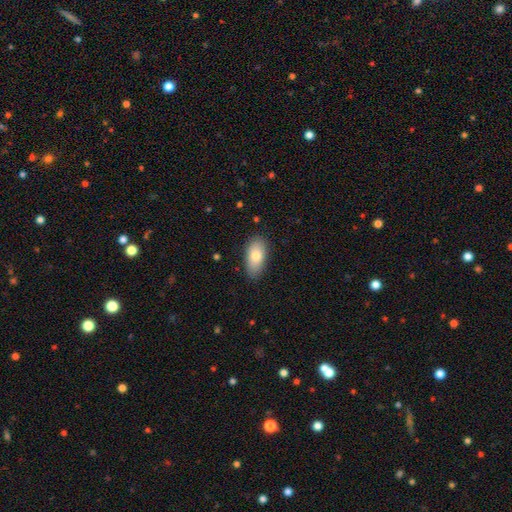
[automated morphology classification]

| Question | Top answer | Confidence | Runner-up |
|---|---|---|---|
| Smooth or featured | smooth | 79% | featured or disk (14%) |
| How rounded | in between | 90% | cigar-shaped (7%) |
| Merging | none | 83% | minor disturbance (13%) |